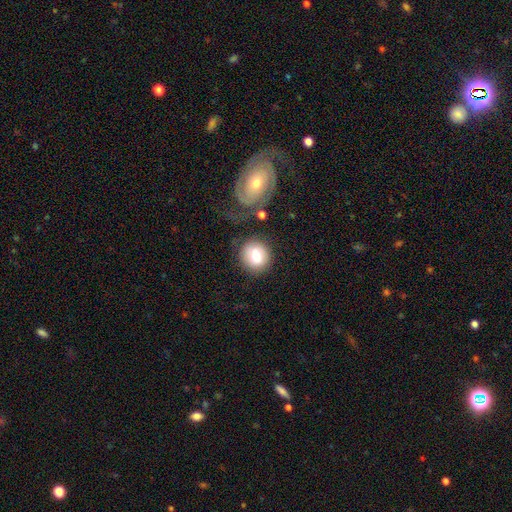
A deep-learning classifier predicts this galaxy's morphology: Q: Smooth or featured?
A: smooth (77%); runner-up: featured or disk (15%)
Q: How rounded?
A: round (83%); runner-up: in between (16%)
Q: Merging?
A: none (75%); runner-up: minor disturbance (12%)